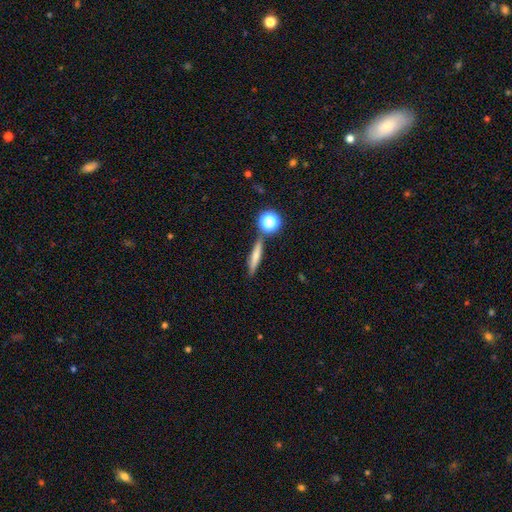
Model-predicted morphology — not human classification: Smooth or featured?
  - smooth: 63% *
  - featured or disk: 26%
  - star or artifact: 11%
How rounded?
  - cigar-shaped: 78% *
  - in between: 13%
  - round: 9%
Merging?
  - none: 78% *
  - minor disturbance: 10%
  - merger: 9%
  - major disturbance: 3%